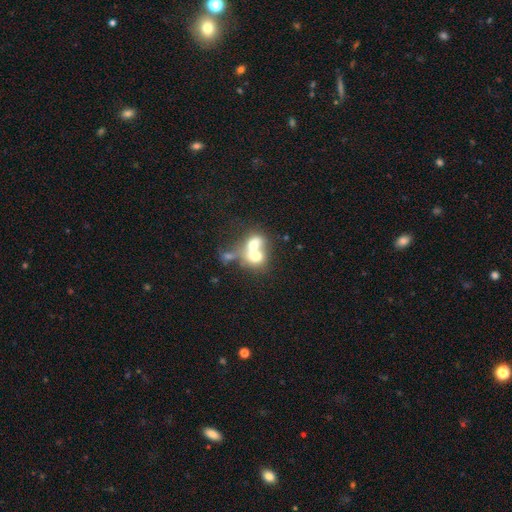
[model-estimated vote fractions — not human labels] Smooth or featured? smooth (62%)
How rounded? round (54%)
Merging? merger (74%)